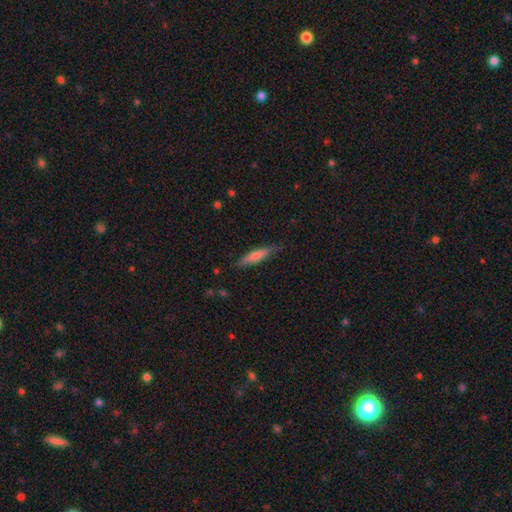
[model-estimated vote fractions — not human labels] The model was most divided on "smooth or featured": smooth: 52%, featured or disk: 41%, star or artifact: 7%. More confident: how rounded — cigar-shaped (87%); merging — none (82%).